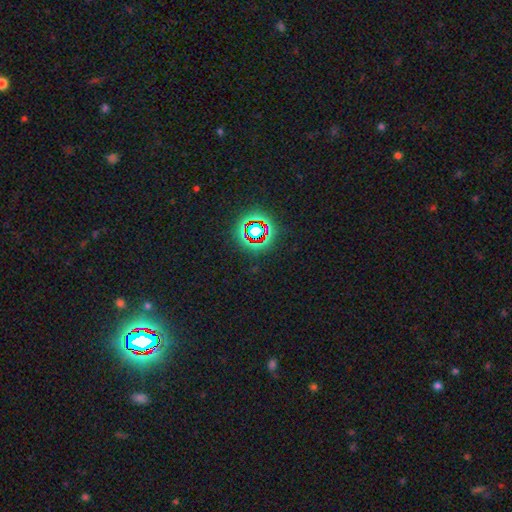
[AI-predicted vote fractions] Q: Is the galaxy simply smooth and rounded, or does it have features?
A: star or artifact — 75%.